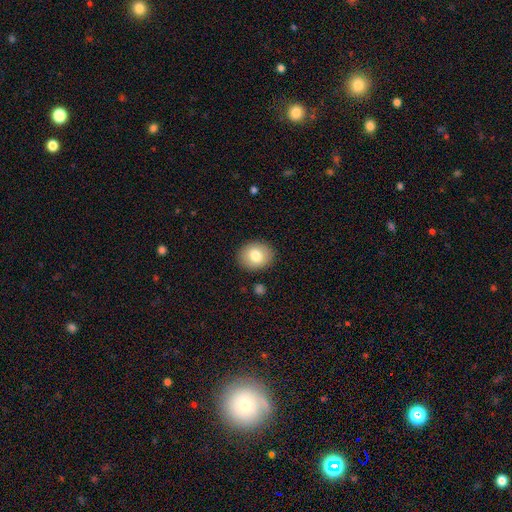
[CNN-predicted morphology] smooth 79%, featured or disk 13%, star or artifact 8%. Down the decision tree: how rounded — round (60%); merging — none (88%).